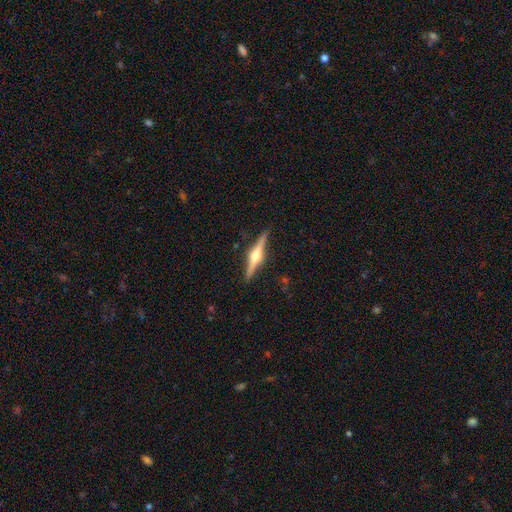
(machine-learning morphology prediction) smooth_or_featured: featured or disk (p=0.81) [alt: smooth p=0.14]
disk_edge_on: yes (p=0.98) [alt: no p=0.02]
edge_on_bulge: rounded (p=0.95) [alt: boxy p=0.03]
merging: none (p=0.90) [alt: minor disturbance p=0.07]